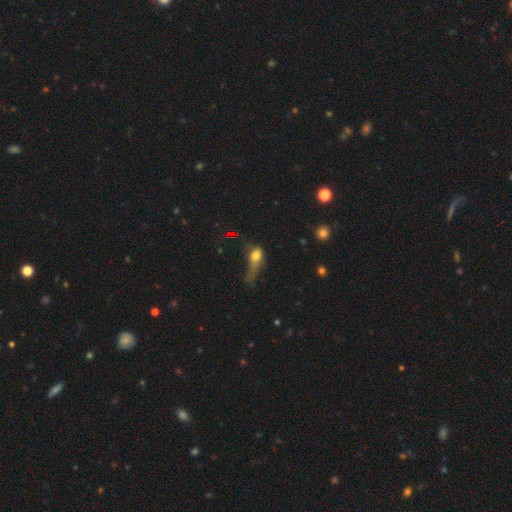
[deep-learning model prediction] smooth-or-featured: smooth: 63% | featured or disk: 23% | star or artifact: 15%
  how-rounded: in between: 61% | round: 23% | cigar-shaped: 16%
  merging: major disturbance: 57% | minor disturbance: 19% | none: 16% | merger: 8%